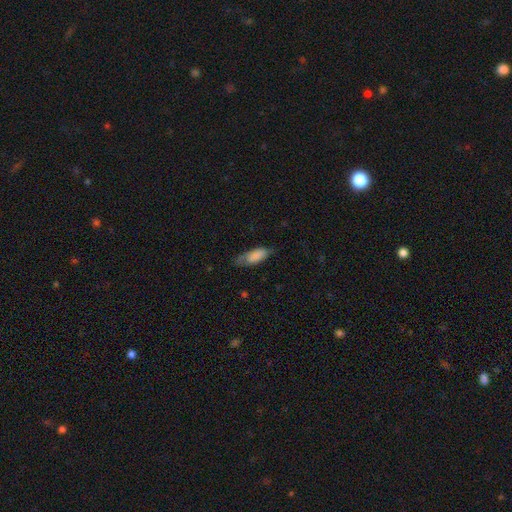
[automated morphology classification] Overall: smooth (82%). How rounded: in between (74%). Merging: none (57%; minor disturbance 32%).